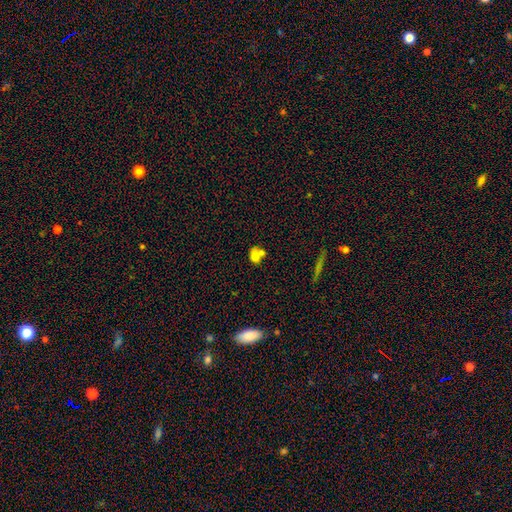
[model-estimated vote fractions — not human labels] Q: Smooth or featured?
A: smooth (71%); runner-up: featured or disk (16%)
Q: How rounded?
A: in between (59%); runner-up: round (39%)
Q: Merging?
A: merger (48%); runner-up: none (32%)